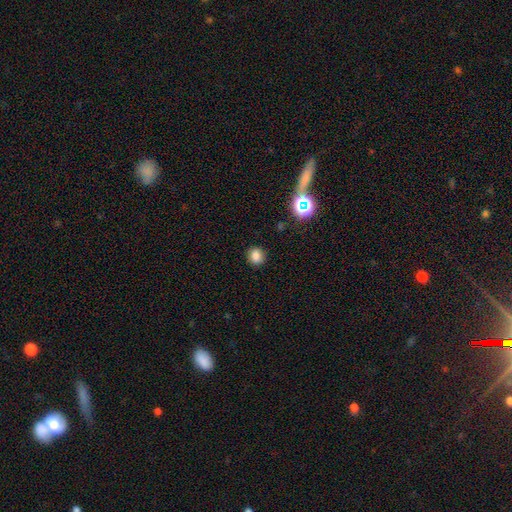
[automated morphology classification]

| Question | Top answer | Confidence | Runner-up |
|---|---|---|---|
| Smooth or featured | smooth | 81% | star or artifact (14%) |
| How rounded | round | 81% | in between (18%) |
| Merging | none | 90% | minor disturbance (6%) |